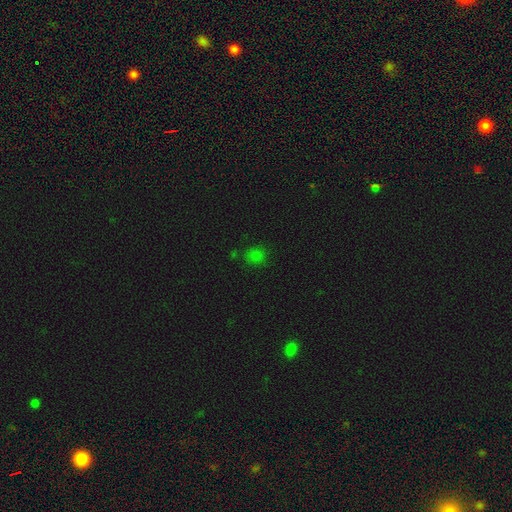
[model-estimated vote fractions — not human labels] A smooth galaxy with no disk features (71%) that is round (79%). Merging: none (78%).